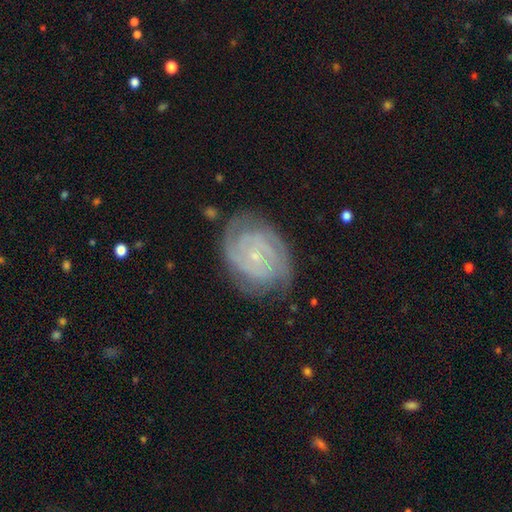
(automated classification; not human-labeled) Smooth or featured? Predicted: featured or disk (p=0.86). Edge-on disk? Predicted: no (p=0.97). Bar? Predicted: no (p=0.69). Spiral arms? Predicted: yes (p=0.97). Spiral winding? Predicted: tight (p=0.79). Spiral arm count? Predicted: 2 (p=0.34). Bulge size? Predicted: small (p=0.86). Merging? Predicted: none (p=0.76).